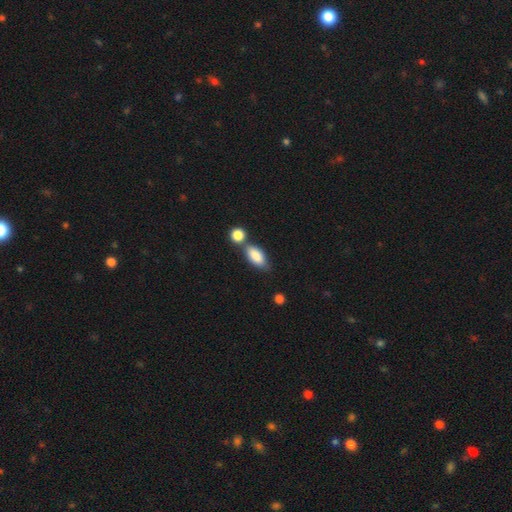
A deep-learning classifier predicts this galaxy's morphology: smooth_or_featured: smooth (p=0.85) [alt: featured or disk p=0.08]
how_rounded: in between (p=0.88) [alt: cigar-shaped p=0.08]
merging: none (p=0.52) [alt: merger p=0.28]